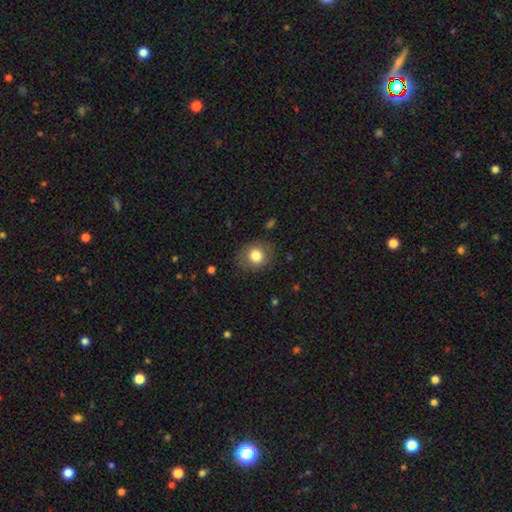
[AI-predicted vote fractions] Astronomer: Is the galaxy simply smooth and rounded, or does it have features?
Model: smooth — 80%.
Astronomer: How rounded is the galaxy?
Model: round — 71%.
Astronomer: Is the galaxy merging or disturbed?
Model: none — 83%.